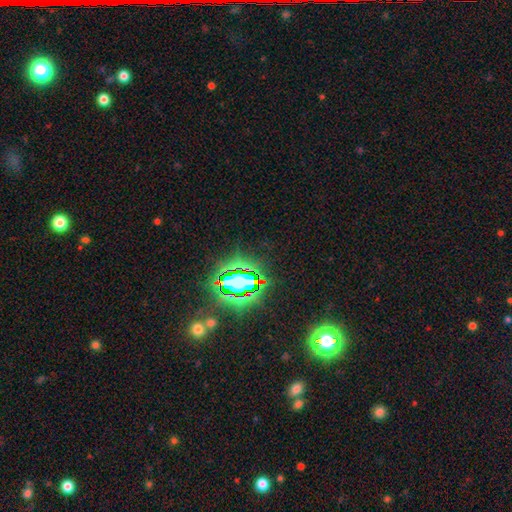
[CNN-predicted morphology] Smooth or featured? Predicted: star or artifact (p=0.81).